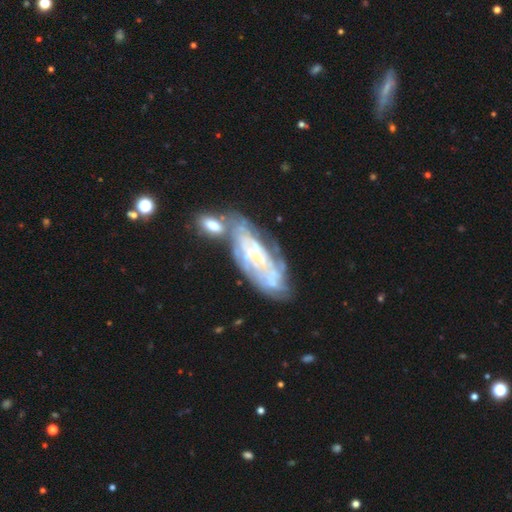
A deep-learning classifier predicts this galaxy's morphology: The model was most divided on "merging": none: 45%, merger: 26%, minor disturbance: 19%, major disturbance: 11%. More confident: edge-on disk — no (88%); spiral arms — yes (77%); smooth or featured — featured or disk (76%); spiral winding — tight (63%); bar — no (60%); spiral arm count — can't tell (60%); bulge size — small (54%).